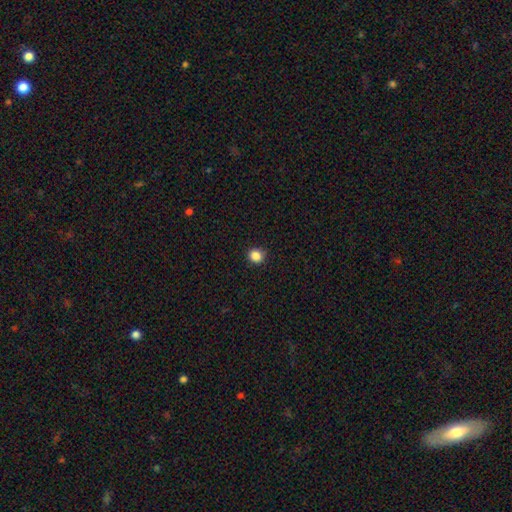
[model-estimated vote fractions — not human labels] Smooth or featured? Predicted: smooth (p=0.86). How rounded? Predicted: round (p=0.87). Merging? Predicted: none (p=0.90).